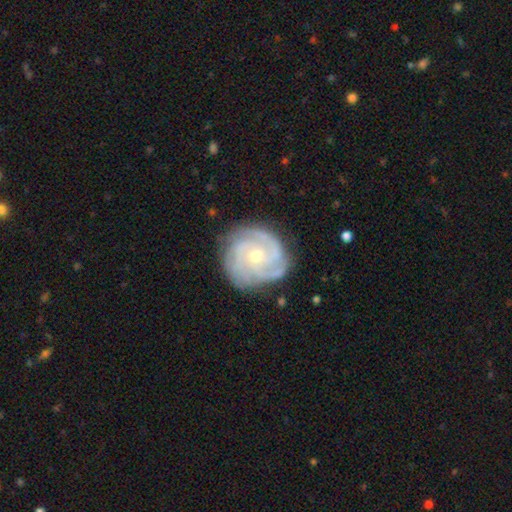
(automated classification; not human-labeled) This appears to be a featured or disk galaxy (86%) with no bar (73%), 3 (37%) tight (71%) spiral arms (97%) and a small central bulge (59%). Merging: none (80%).